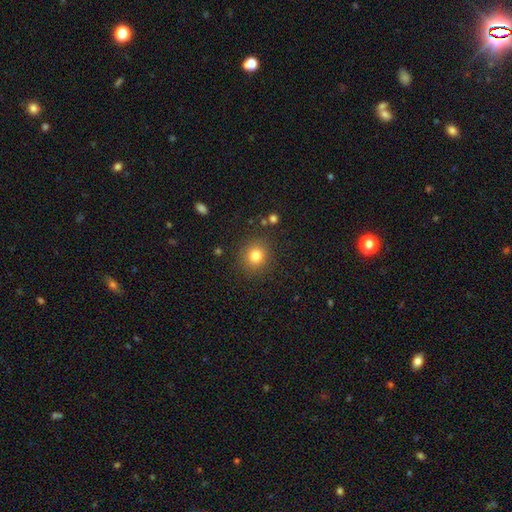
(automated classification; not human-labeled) This is clearly a smooth galaxy (80%). How rounded: clearly round (89%). Merging: clearly none (88%).